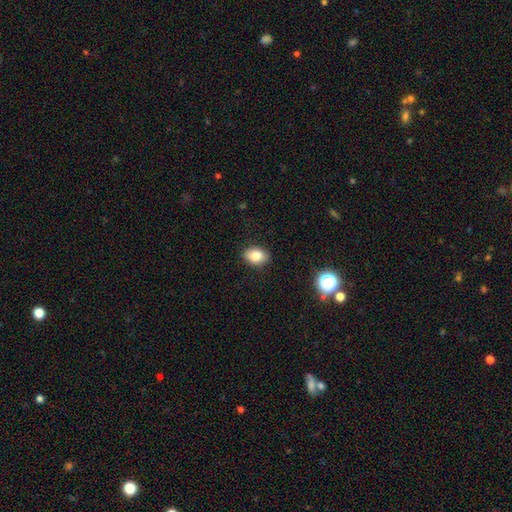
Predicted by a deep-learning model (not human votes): Smooth or featured: smooth — 83% (star or artifact — 9%)
How rounded: in between — 78% (round — 21%)
Merging: none — 88% (minor disturbance — 9%)